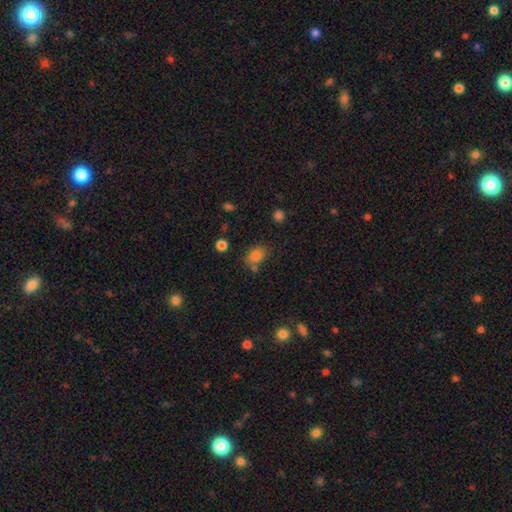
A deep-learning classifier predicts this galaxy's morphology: Overall: smooth (80%). How rounded: in between (69%; round 30%). Merging: none (61%).